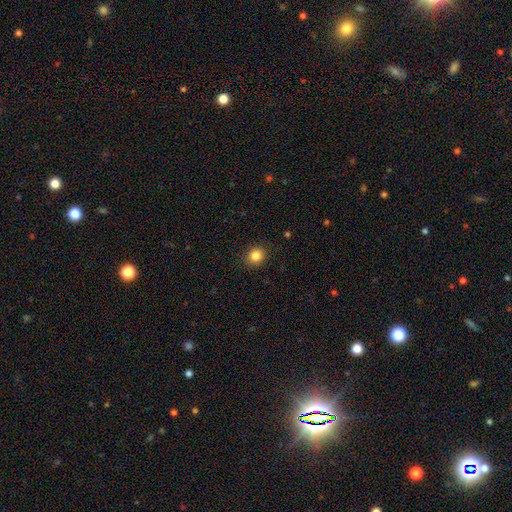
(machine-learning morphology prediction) Q: Smooth or featured?
A: smooth (84%); runner-up: star or artifact (11%)
Q: How rounded?
A: round (84%); runner-up: in between (15%)
Q: Merging?
A: none (90%); runner-up: minor disturbance (7%)